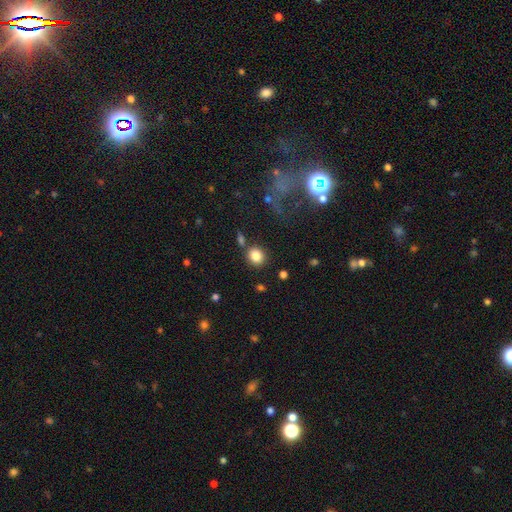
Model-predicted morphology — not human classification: Q: Smooth or featured?
A: smooth (83%); runner-up: star or artifact (11%)
Q: How rounded?
A: round (78%); runner-up: in between (21%)
Q: Merging?
A: none (79%); runner-up: minor disturbance (9%)